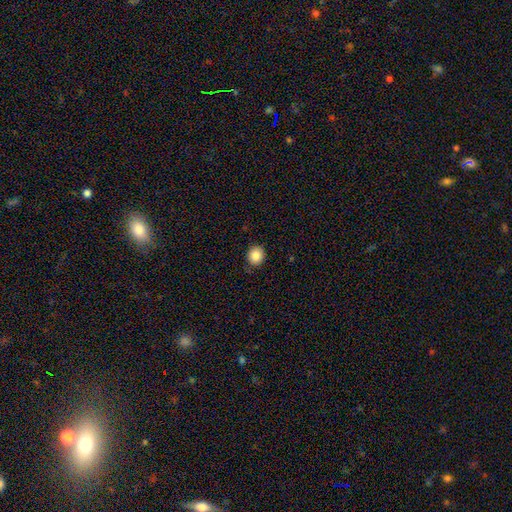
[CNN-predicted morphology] Overall: smooth (85%). How rounded: round (82%). Merging: none (86%).